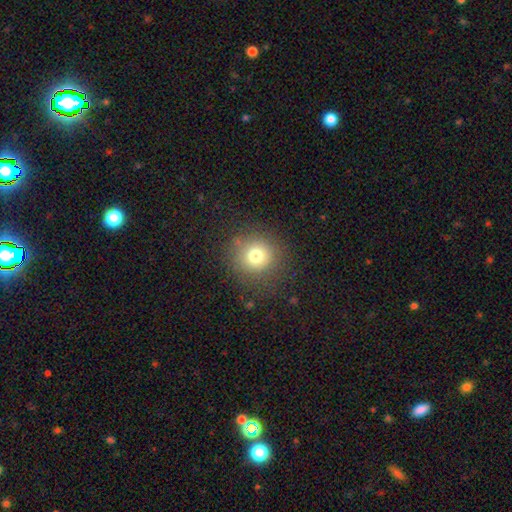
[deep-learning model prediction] Q: Smooth or featured?
A: smooth (76%); runner-up: star or artifact (14%)
Q: How rounded?
A: round (92%); runner-up: in between (7%)
Q: Merging?
A: none (84%); runner-up: minor disturbance (10%)